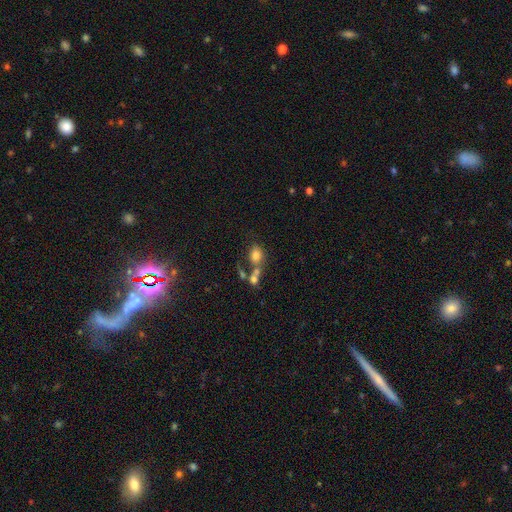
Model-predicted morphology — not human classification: A smooth galaxy with no disk features (76%) that is in between round and cigar-shaped (52%).

Vote fractions:
- Smooth or featured? smooth: 76% / featured or disk: 12% / star or artifact: 12%
- How rounded? in between: 52% / round: 47% / cigar-shaped: 2%
- Merging? none: 43% / merger: 37% / minor disturbance: 12% / major disturbance: 8%